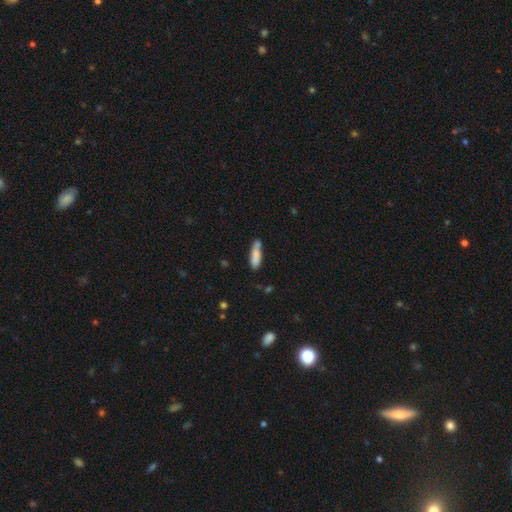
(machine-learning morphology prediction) smooth 79%, featured or disk 14%, star or artifact 7%. Down the decision tree: how rounded — cigar-shaped (58%); merging — none (53%).